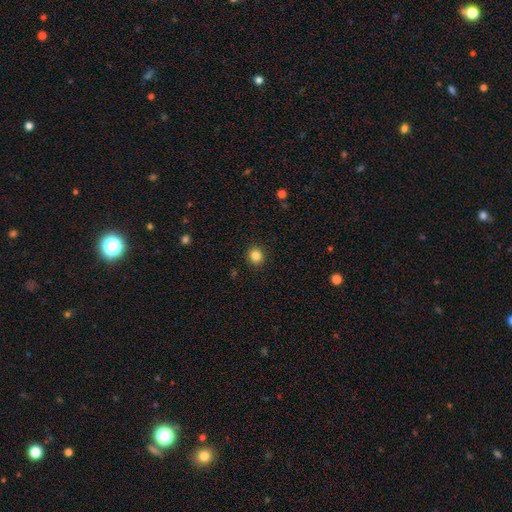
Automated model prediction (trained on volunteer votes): This appears to be a smooth galaxy with no disk features (85%) that is round (86%). Merging: none (91%).